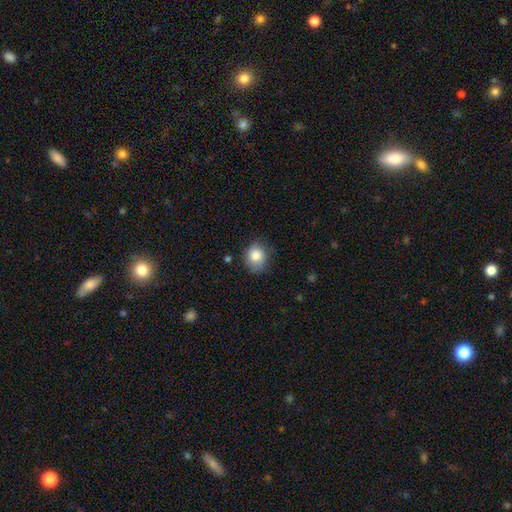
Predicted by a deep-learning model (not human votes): Morphology: type=smooth (83%); roundness=round (65%); merging=none (71%).